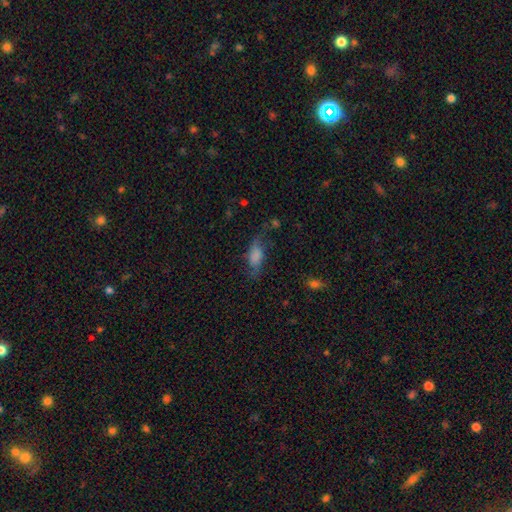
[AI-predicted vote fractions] smooth 68%, featured or disk 22%, star or artifact 10%. Down the decision tree: how rounded — in between (81%); merging — none (46%).